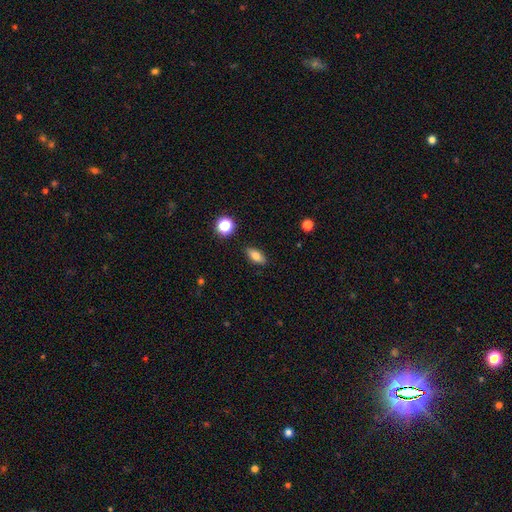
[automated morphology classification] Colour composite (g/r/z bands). It shows a smooth galaxy with no disk features (79%) that is in between round and cigar-shaped (83%). Merging: none (88%).